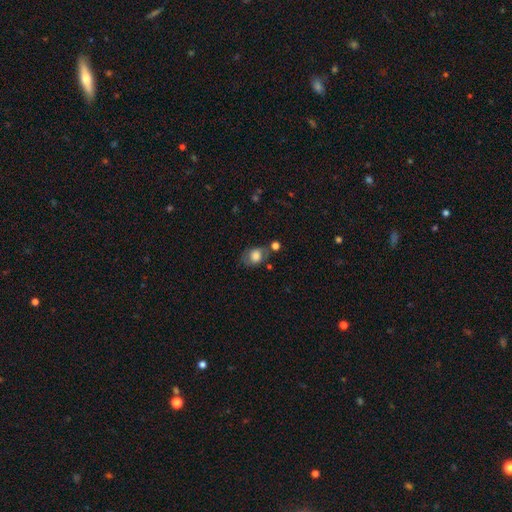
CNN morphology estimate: This appears to be a smooth galaxy with no disk features (72%) that is in between round and cigar-shaped (62%). Merging: none (48%).